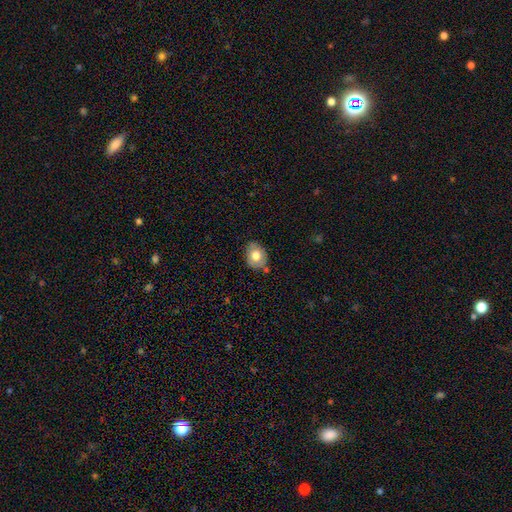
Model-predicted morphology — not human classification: The model was most divided on "how rounded": in between: 62%, round: 37%, cigar-shaped: 1%. More confident: merging — none (74%); smooth or featured — smooth (71%).